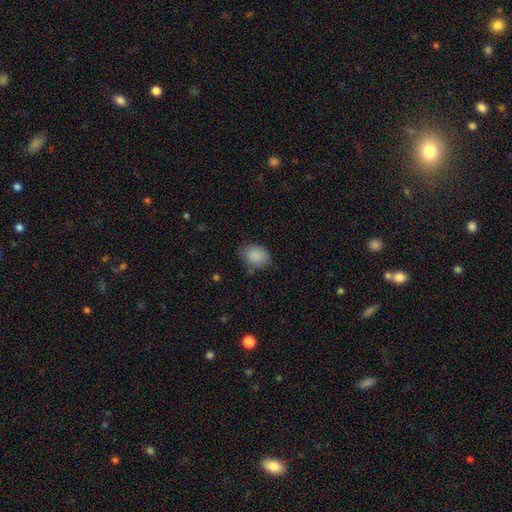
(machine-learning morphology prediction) A smooth galaxy with no disk features (87%) that is in between round and cigar-shaped (62%). Merging: none (68%).